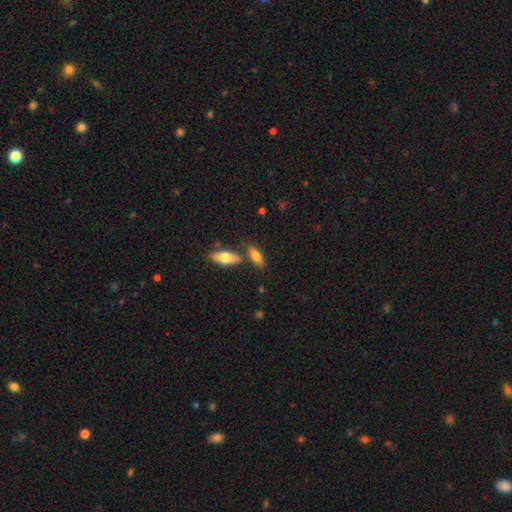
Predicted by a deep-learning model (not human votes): The model was most divided on "merging": none: 62%, merger: 21%, minor disturbance: 13%, major disturbance: 4%. More confident: smooth or featured — smooth (74%); how rounded — in between (70%).